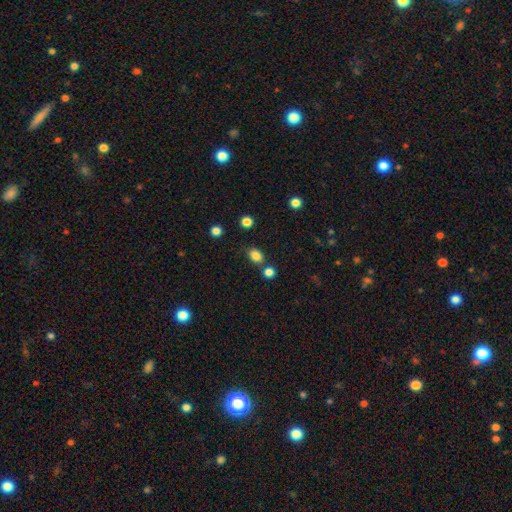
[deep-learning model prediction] Overall: smooth (84%). How rounded: in between (65%; round 34%). Merging: none (72%).